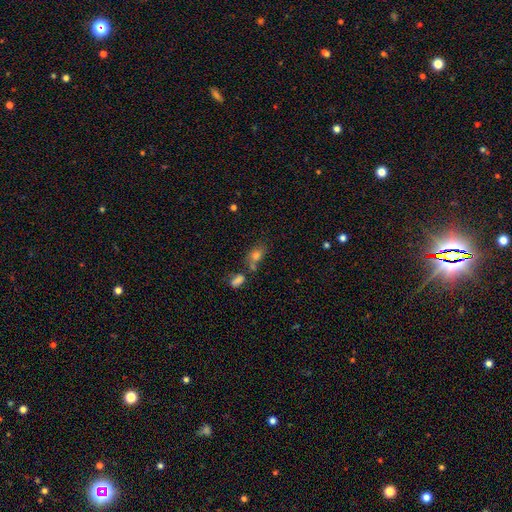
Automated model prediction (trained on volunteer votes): The model was most divided on "merging": none: 47%, merger: 31%, minor disturbance: 15%, major disturbance: 7%. More confident: how rounded — in between (74%); smooth or featured — smooth (73%).